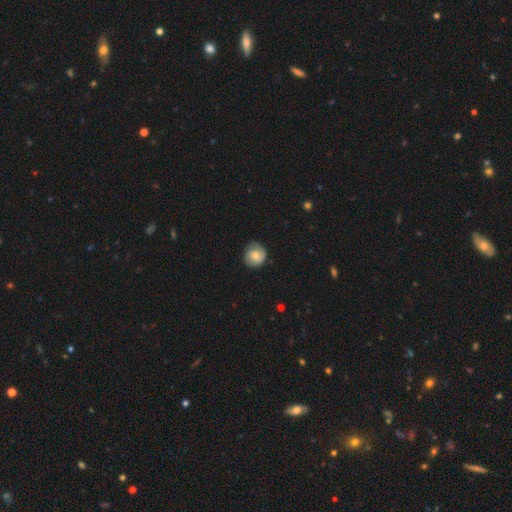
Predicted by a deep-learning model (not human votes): A smooth galaxy with no disk features (51%) that is round (87%). Merging: none (78%).